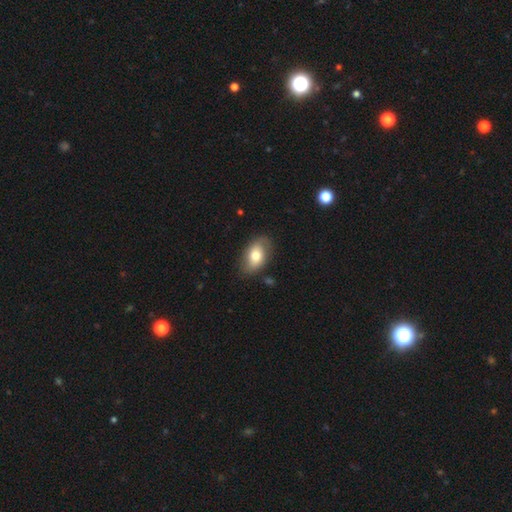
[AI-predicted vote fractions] This is likely a smooth galaxy (71%). How rounded: clearly in between (89%). Merging: likely none (79%).